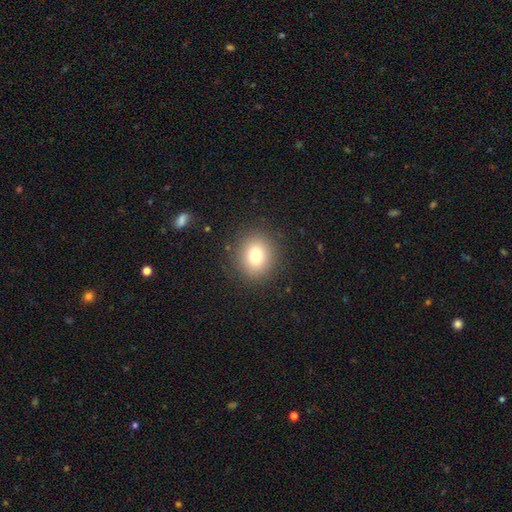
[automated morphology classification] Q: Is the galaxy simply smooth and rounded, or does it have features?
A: smooth — 79%.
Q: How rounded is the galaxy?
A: round — 81%.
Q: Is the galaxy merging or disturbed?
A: none — 88%.